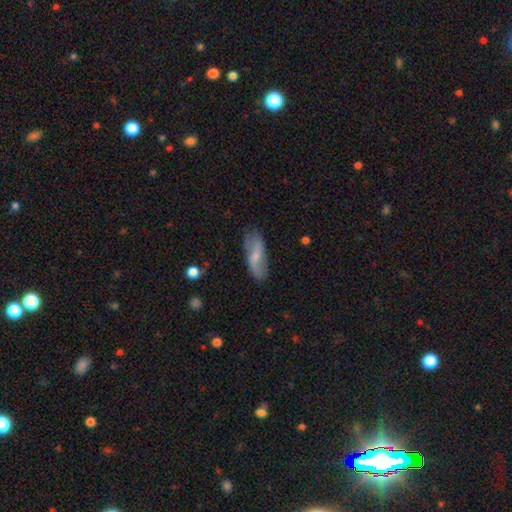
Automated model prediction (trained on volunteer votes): Smooth or featured? Predicted: featured or disk (p=0.48). Merging? Predicted: none (p=0.77).